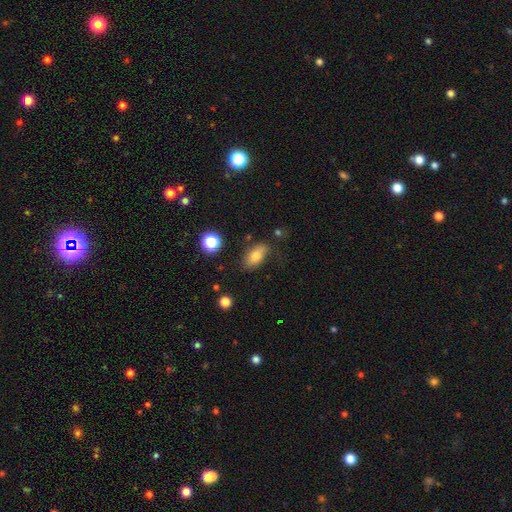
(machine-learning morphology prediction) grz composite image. It shows a smooth galaxy with no disk features (77%) that is in between round and cigar-shaped (89%). Merging: none (72%).